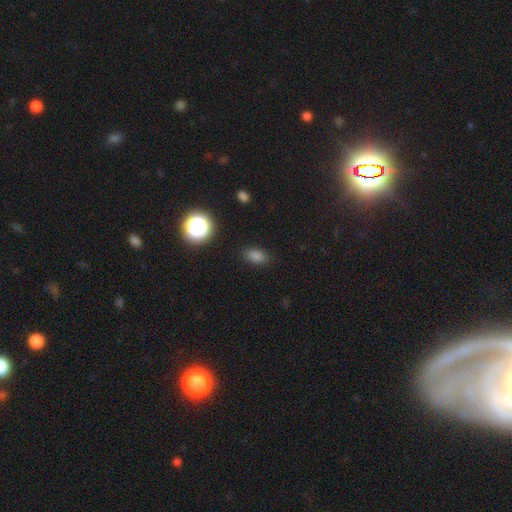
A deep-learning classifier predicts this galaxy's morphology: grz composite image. It shows a smooth galaxy with no disk features (79%) that is in between round and cigar-shaped (84%). Merging: none (84%).